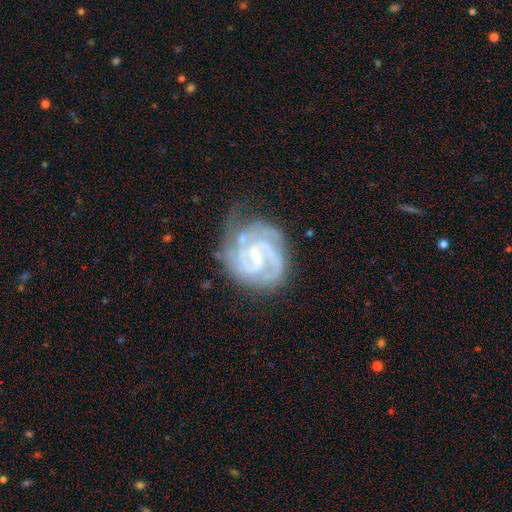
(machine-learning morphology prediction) This is clearly a featured or disk galaxy (89%). It is clearly not viewed edge-on (98%). Bar: possibly weak (55%). Spiral arm pattern: clearly yes (98%). Spiral arm count: possibly 2 (50%). Spiral winding: possibly tight (58%). Central bulge: likely small (66%). Merging: possibly none (60%).